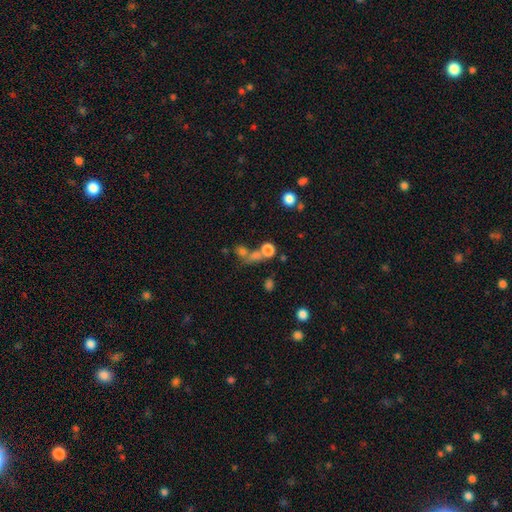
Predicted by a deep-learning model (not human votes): A smooth galaxy with no disk features (46%). Merging: none (46%).